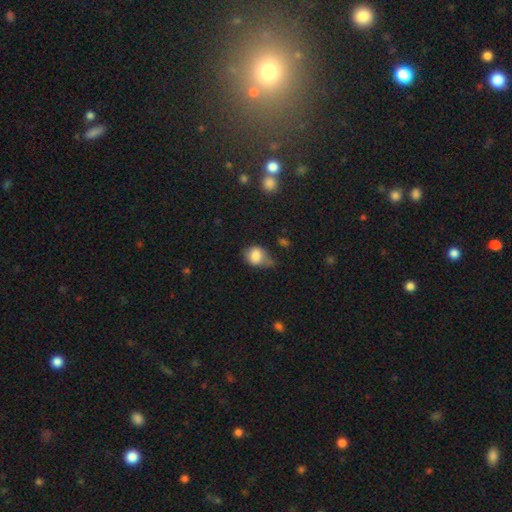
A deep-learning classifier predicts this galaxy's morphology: smooth_or_featured: smooth (p=0.81) [alt: featured or disk p=0.09]
how_rounded: round (p=0.57) [alt: in between p=0.42]
merging: minor disturbance (p=0.40) [alt: none p=0.39]